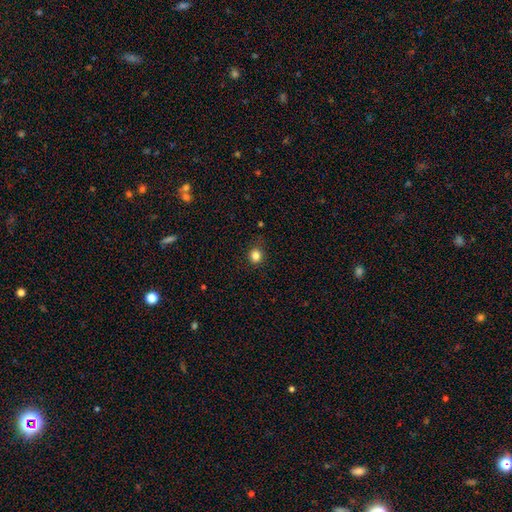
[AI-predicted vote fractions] Smooth or featured?
  - smooth: 83% *
  - star or artifact: 12%
  - featured or disk: 5%
How rounded?
  - round: 78% *
  - in between: 21%
  - cigar-shaped: 1%
Merging?
  - none: 83% *
  - minor disturbance: 12%
  - major disturbance: 3%
  - merger: 1%